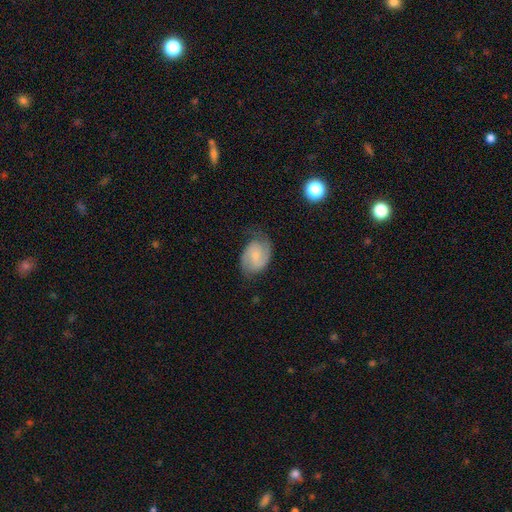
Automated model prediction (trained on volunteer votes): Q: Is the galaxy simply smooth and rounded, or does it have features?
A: featured or disk — 65%.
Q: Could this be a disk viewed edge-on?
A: no — 98%.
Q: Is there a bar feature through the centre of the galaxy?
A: no — 51%.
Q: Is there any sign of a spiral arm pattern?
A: yes — 94%.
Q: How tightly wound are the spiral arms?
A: medium — 48%.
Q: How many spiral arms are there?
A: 2 — 86%.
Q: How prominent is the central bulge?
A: small — 54%.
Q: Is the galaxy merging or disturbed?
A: none — 68%.